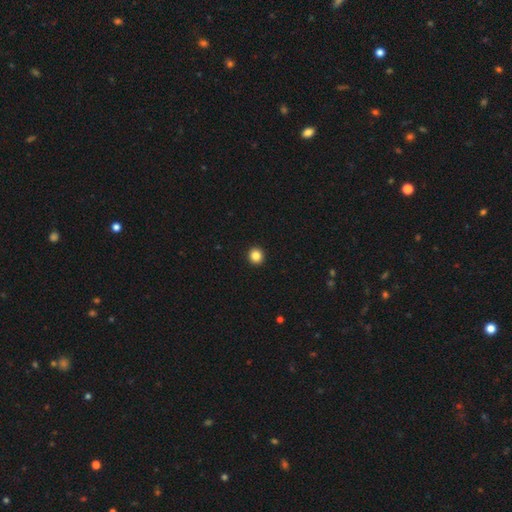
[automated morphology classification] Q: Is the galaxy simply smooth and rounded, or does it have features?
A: smooth — 85%.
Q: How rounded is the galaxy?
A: round — 94%.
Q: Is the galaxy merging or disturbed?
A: none — 94%.